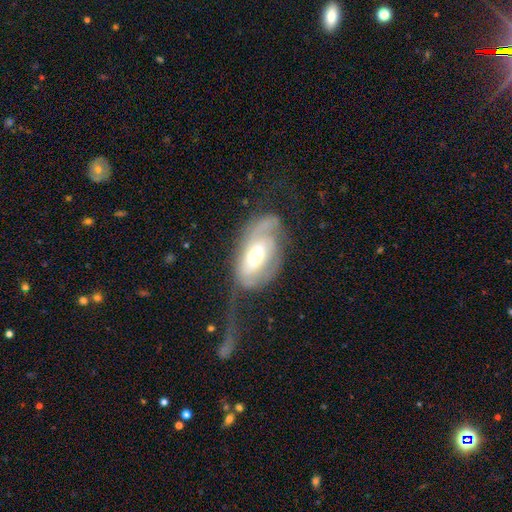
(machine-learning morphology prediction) featured or disk 65%, smooth 28%, star or artifact 7%. Down the decision tree: edge-on disk — no (93%); bar — no (47%); spiral arms — yes (77%); bulge size — moderate (63%); merging — major disturbance (42%).